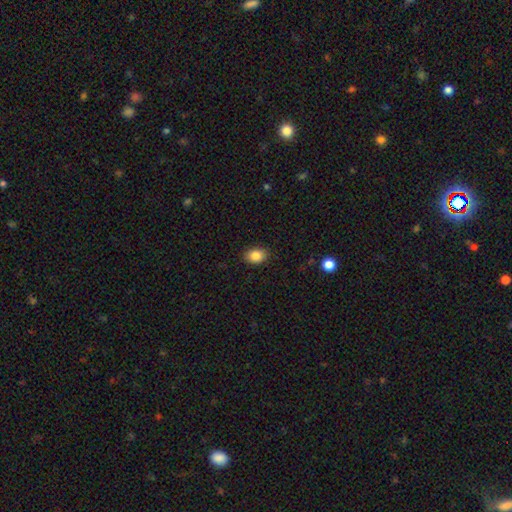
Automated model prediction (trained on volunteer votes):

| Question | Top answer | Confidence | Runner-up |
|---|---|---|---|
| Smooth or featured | smooth | 86% | star or artifact (9%) |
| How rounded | in between | 71% | round (28%) |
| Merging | none | 88% | minor disturbance (9%) |